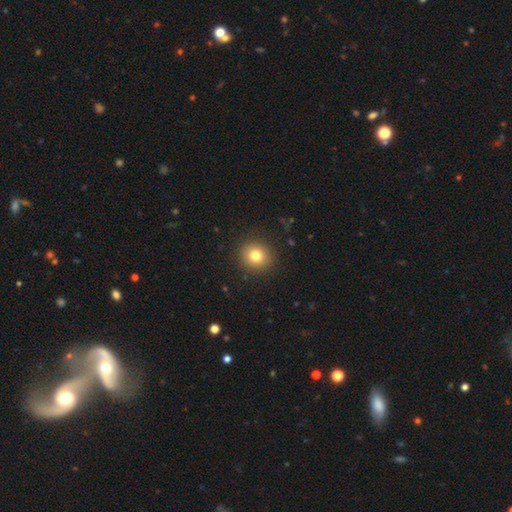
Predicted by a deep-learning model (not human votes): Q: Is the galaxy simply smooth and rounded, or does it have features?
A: smooth — 80%.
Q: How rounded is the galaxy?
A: round — 88%.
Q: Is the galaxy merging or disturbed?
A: none — 90%.